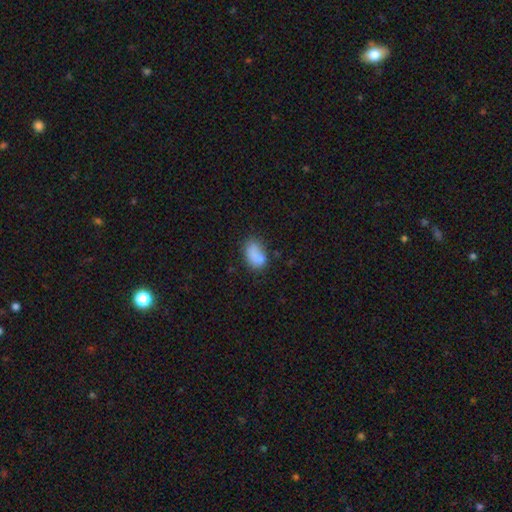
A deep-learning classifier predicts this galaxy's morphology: smooth-or-featured: smooth: 76% | featured or disk: 14% | star or artifact: 9%
  how-rounded: in between: 85% | round: 13% | cigar-shaped: 2%
  merging: none: 41% | minor disturbance: 25% | merger: 18% | major disturbance: 16%